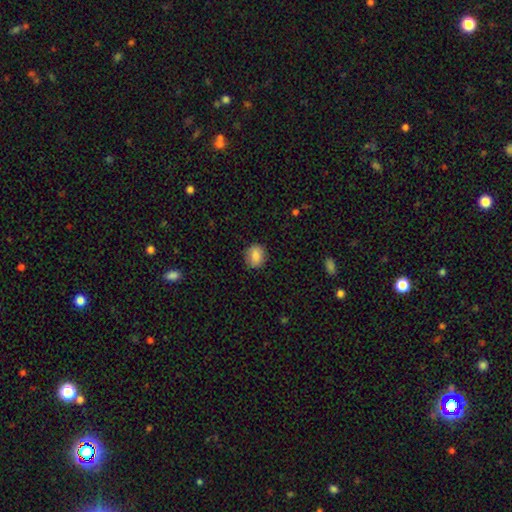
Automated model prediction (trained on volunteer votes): smooth 86%, star or artifact 8%, featured or disk 6%. Down the decision tree: how rounded — round (61%); merging — none (83%).